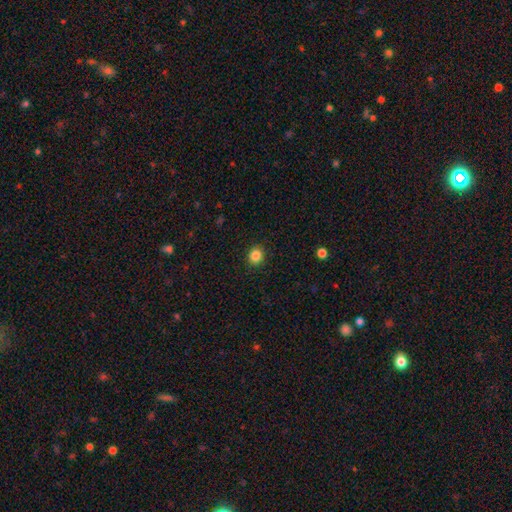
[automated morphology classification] A smooth galaxy with no disk features (85%) that is round (77%). Merging: none (91%).